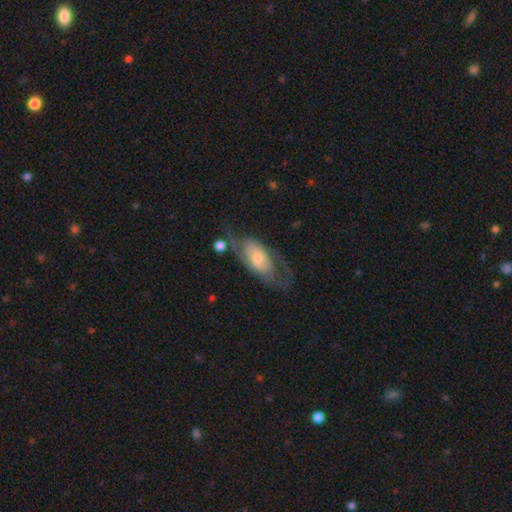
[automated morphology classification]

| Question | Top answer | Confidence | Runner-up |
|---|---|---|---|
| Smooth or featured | featured or disk | 63% | smooth (30%) |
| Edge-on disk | no | 88% | yes (12%) |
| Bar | no | 61% | weak (30%) |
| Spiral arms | yes | 71% | no (29%) |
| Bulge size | moderate | 48% | small (38%) |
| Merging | none | 48% | major disturbance (26%) |